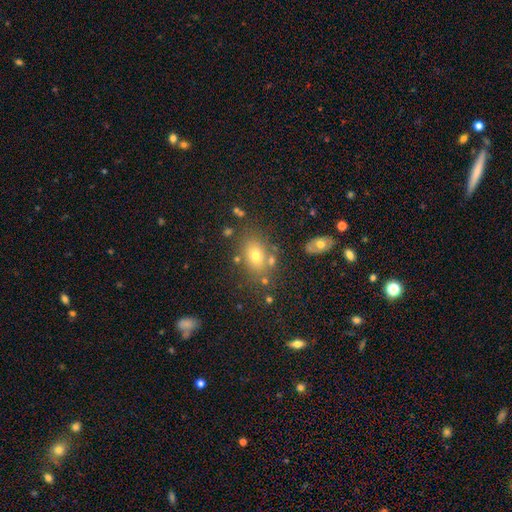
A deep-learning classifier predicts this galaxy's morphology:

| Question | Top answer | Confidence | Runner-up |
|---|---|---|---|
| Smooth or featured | smooth | 69% | star or artifact (15%) |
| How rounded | in between | 77% | round (21%) |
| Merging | none | 73% | minor disturbance (14%) |